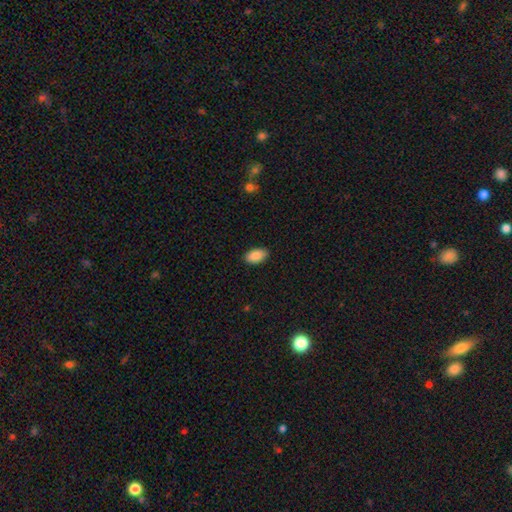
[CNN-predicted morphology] This is clearly a smooth galaxy (88%). How rounded: clearly in between (94%). Merging: clearly none (89%).